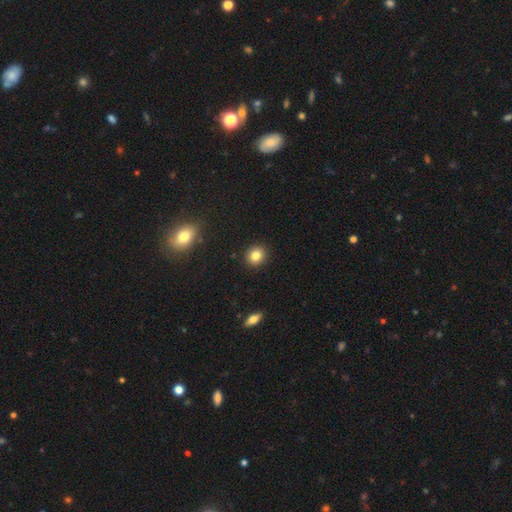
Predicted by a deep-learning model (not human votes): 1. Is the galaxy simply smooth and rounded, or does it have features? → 83% smooth, 11% star or artifact, 6% featured or disk.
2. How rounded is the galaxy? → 83% round, 16% in between, 1% cigar-shaped.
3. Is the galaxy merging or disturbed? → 92% none, 5% minor disturbance, 2% major disturbance, 1% merger.